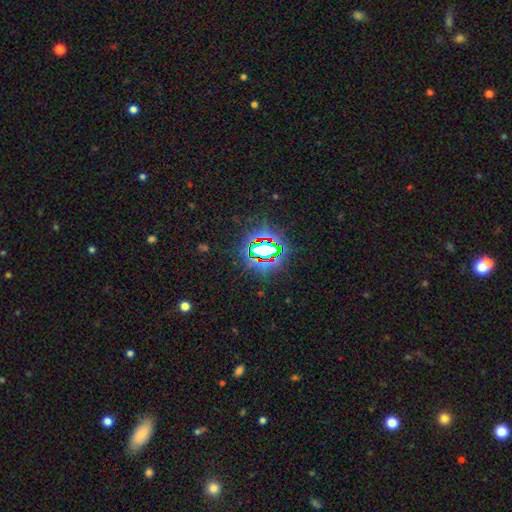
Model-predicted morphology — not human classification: smooth_or_featured: star or artifact (p=0.80) [alt: smooth p=0.11]